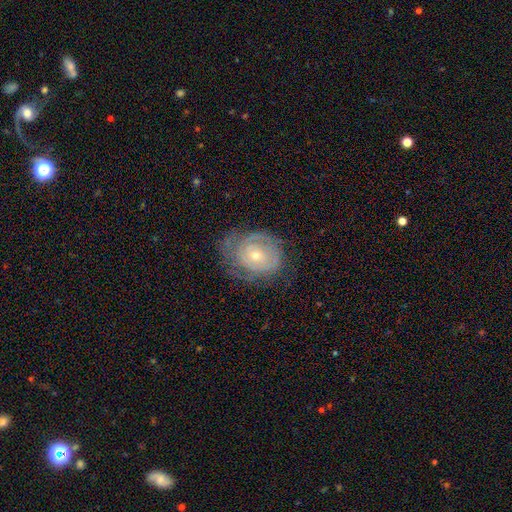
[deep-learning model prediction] This appears to be a featured or disk galaxy (75%) with no bar (73%), tight (72%) spiral arms (84%) and a small central bulge (56%). Merging: none (64%).